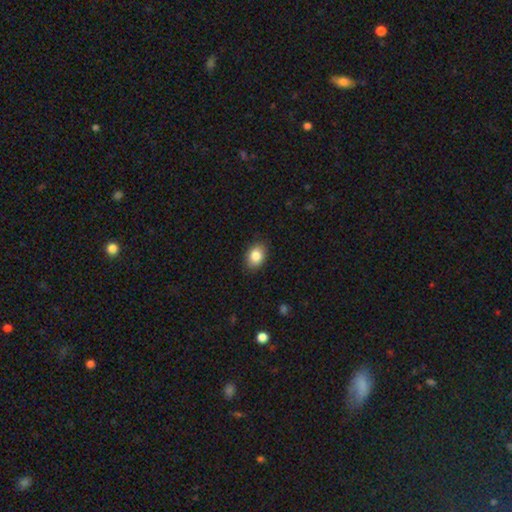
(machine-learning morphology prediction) Smooth or featured? Predicted: smooth (p=0.85). How rounded? Predicted: in between (p=0.73). Merging? Predicted: none (p=0.88).